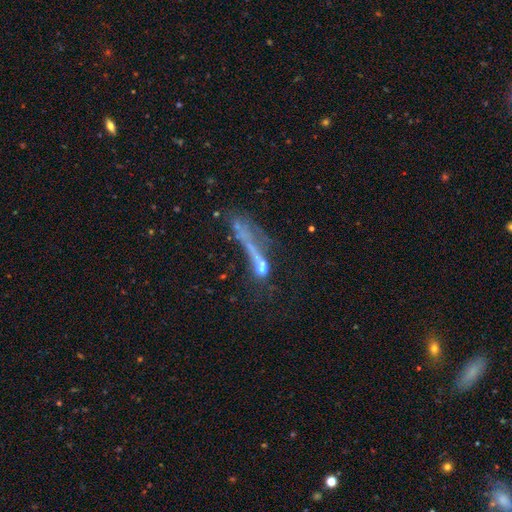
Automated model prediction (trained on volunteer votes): Smooth or featured?
  - featured or disk: 44% *
  - smooth: 34%
  - star or artifact: 22%
Merging?
  - none: 34% *
  - major disturbance: 31%
  - merger: 19%
  - minor disturbance: 16%